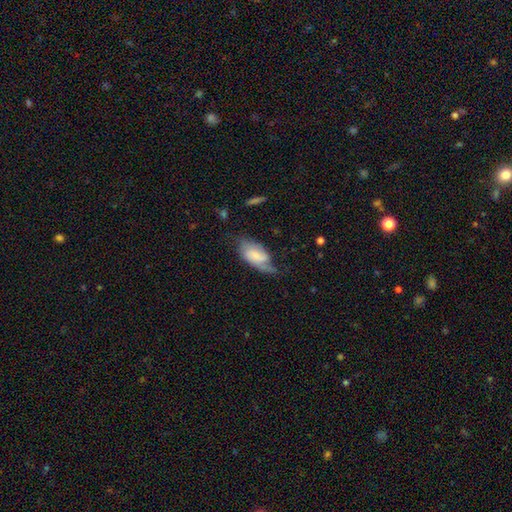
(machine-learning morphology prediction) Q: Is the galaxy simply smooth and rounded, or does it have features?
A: featured or disk — 49%.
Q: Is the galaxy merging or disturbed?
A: none — 40%.